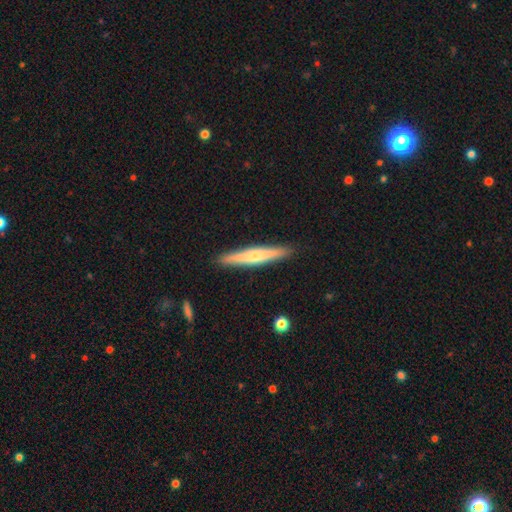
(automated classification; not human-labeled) This is possibly a featured or disk galaxy (52%). It is clearly viewed edge-on (96%). Merging: clearly none (91%).